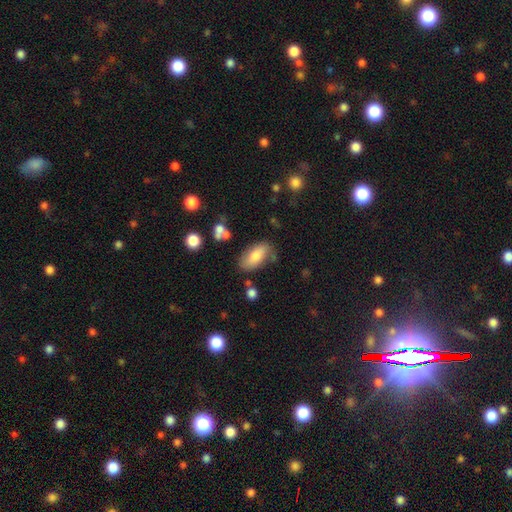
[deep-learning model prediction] Smooth or featured: smooth — 74% (featured or disk — 18%)
How rounded: in between — 89% (cigar-shaped — 7%)
Merging: none — 71% (minor disturbance — 18%)